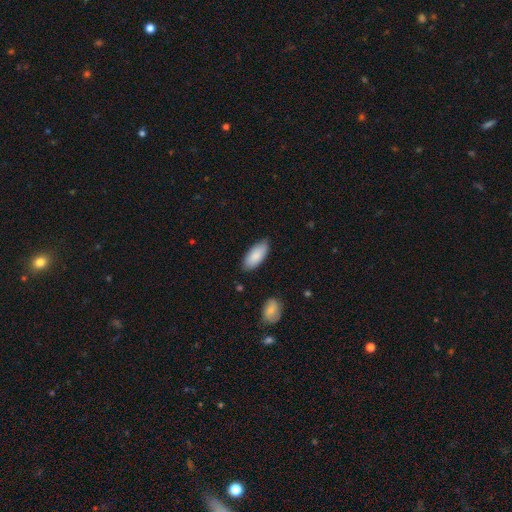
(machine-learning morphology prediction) smooth_or_featured: smooth (p=0.88) [alt: featured or disk p=0.07]
how_rounded: in between (p=0.87) [alt: cigar-shaped p=0.11]
merging: none (p=0.82) [alt: minor disturbance p=0.14]